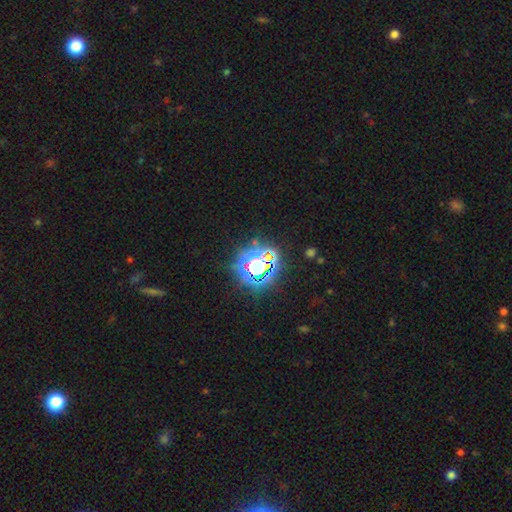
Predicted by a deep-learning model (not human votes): Smooth or featured? star or artifact (79%)